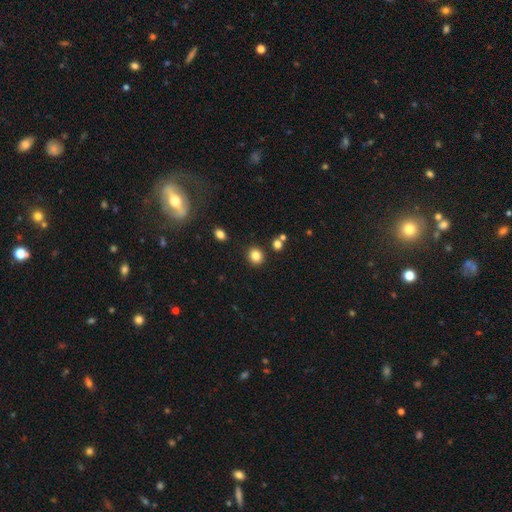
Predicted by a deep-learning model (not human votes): This is clearly a smooth galaxy (84%). How rounded: clearly round (82%). Merging: clearly none (87%).